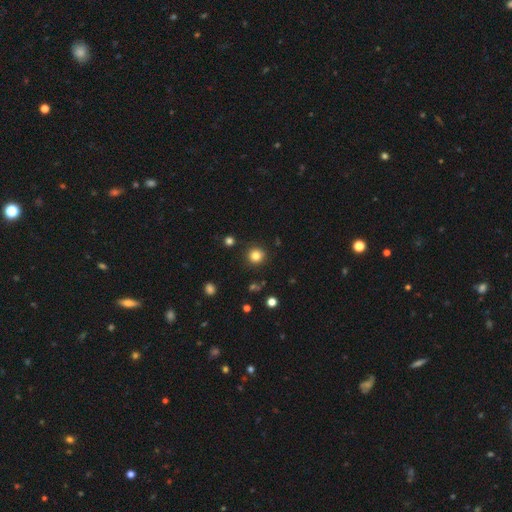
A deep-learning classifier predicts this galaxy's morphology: Smooth or featured? Predicted: smooth (p=0.83). How rounded? Predicted: round (p=0.93). Merging? Predicted: none (p=0.90).